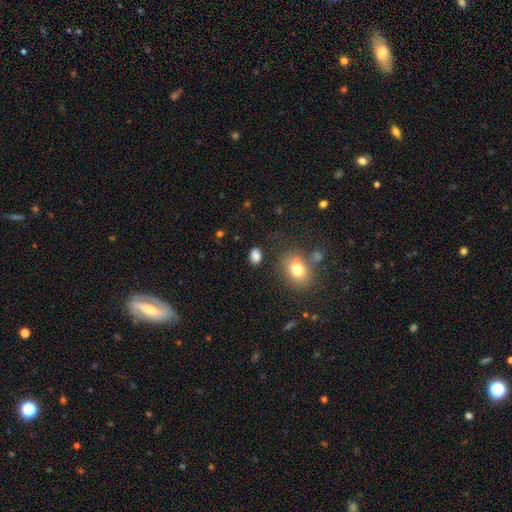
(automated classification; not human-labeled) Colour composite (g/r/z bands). It shows a smooth galaxy with no disk features (83%) that is in between round and cigar-shaped (81%). Merging: none (78%).